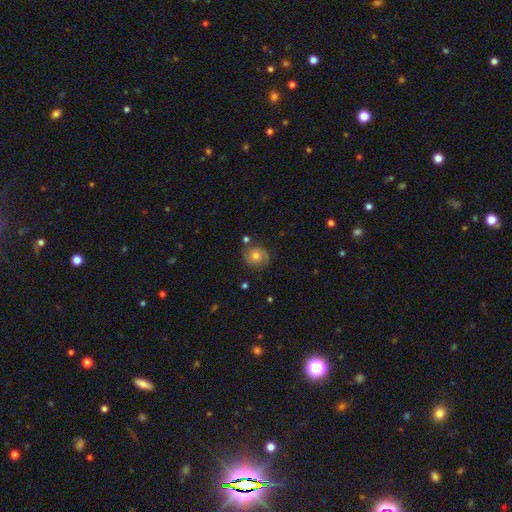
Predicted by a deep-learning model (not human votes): Smooth or featured? Predicted: featured or disk (p=0.50). Merging? Predicted: none (p=0.76).